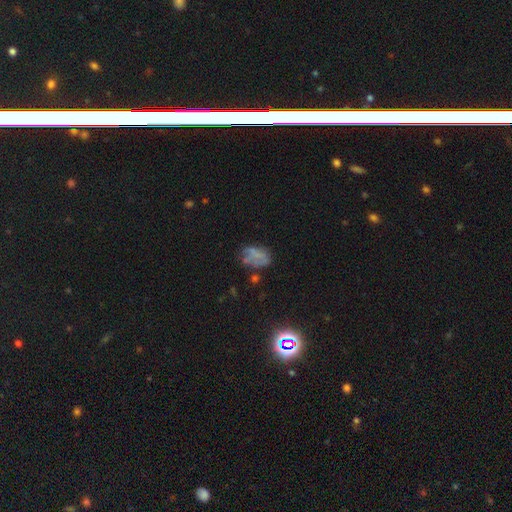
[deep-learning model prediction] The model was most divided on "smooth or featured": smooth: 44%, featured or disk: 39%, star or artifact: 17%. Remaining: merging — none (44%).